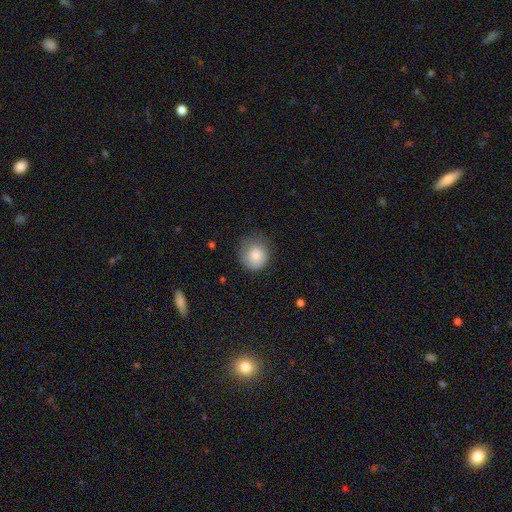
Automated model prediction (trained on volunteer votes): Overall: smooth (82%). How rounded: round (81%). Merging: none (59%; minor disturbance 28%).